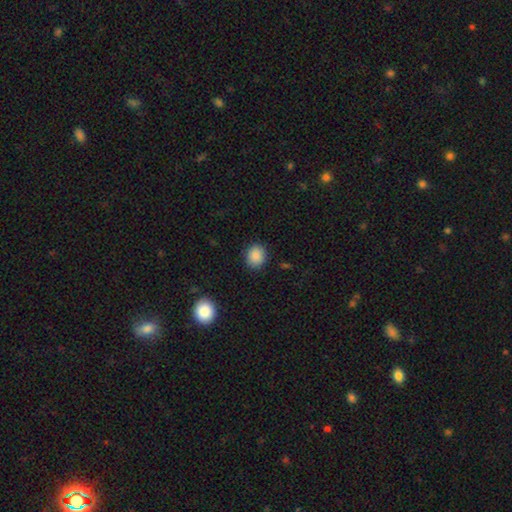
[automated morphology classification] A smooth galaxy with no disk features (88%) that is round (67%).

Vote fractions:
- Smooth or featured? smooth: 88% / star or artifact: 9% / featured or disk: 3%
- How rounded? round: 67% / in between: 33% / cigar-shaped: 1%
- Merging? none: 88% / minor disturbance: 8% / major disturbance: 2% / merger: 1%